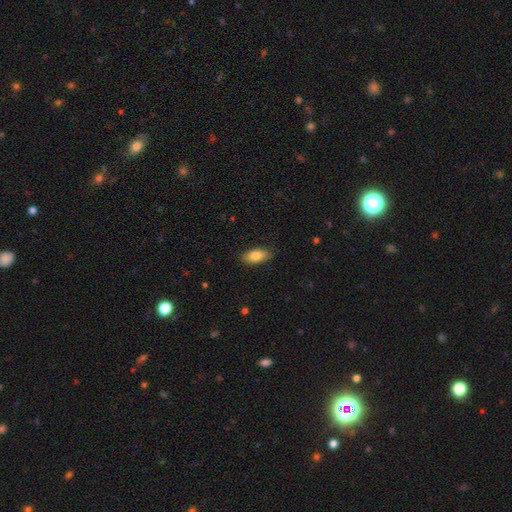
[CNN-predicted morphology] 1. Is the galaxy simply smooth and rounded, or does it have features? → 82% smooth, 11% featured or disk, 7% star or artifact.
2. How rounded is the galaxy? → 86% in between, 11% cigar-shaped, 3% round.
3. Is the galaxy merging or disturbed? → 85% none, 11% minor disturbance, 2% major disturbance, 1% merger.